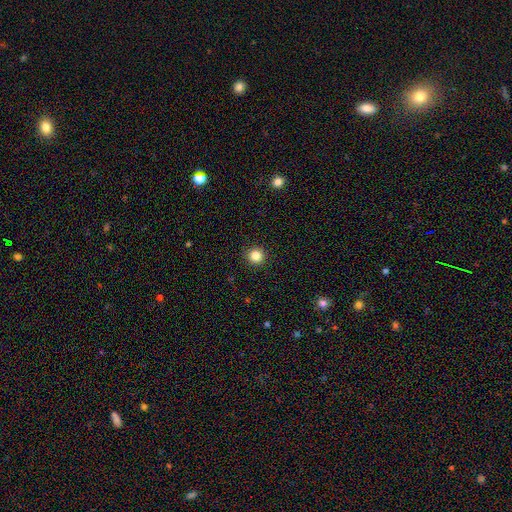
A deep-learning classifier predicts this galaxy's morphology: Smooth or featured? smooth (85%)
How rounded? round (95%)
Merging? none (92%)